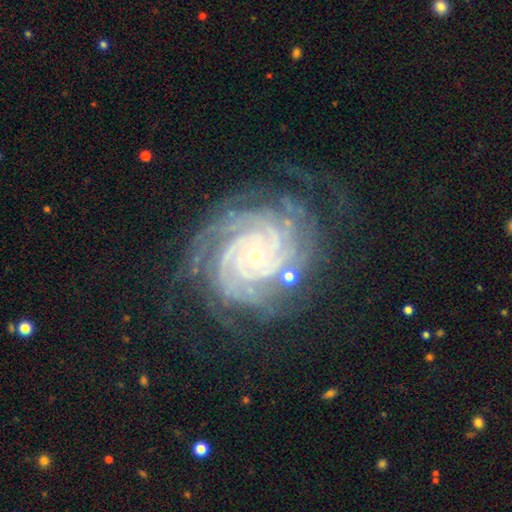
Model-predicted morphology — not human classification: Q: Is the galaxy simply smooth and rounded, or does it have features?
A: featured or disk — 92%.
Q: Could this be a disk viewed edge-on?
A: no — 98%.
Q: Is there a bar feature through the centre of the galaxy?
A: no — 75%.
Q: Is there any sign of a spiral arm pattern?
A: yes — 99%.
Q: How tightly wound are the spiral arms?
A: tight — 84%.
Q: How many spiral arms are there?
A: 4 — 24%.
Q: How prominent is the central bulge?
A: small — 74%.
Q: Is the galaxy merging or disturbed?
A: none — 72%.